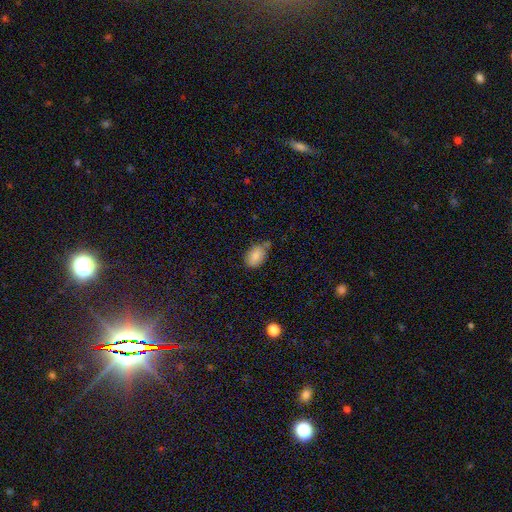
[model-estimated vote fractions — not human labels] A smooth galaxy with no disk features (84%) that is in between round and cigar-shaped (87%).

Vote fractions:
- Smooth or featured? smooth: 84% / featured or disk: 8% / star or artifact: 8%
- How rounded? in between: 87% / round: 11% / cigar-shaped: 1%
- Merging? none: 59% / minor disturbance: 28% / merger: 8% / major disturbance: 5%